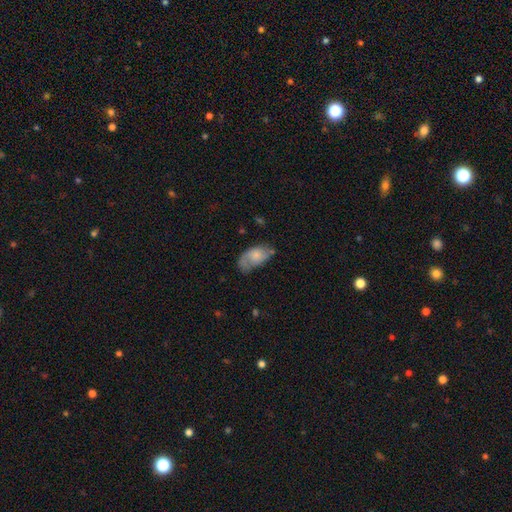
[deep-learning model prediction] smooth_or_featured: smooth (p=0.58) [alt: featured or disk p=0.35]
how_rounded: in between (p=0.92) [alt: round p=0.05]
merging: none (p=0.47) [alt: minor disturbance p=0.32]